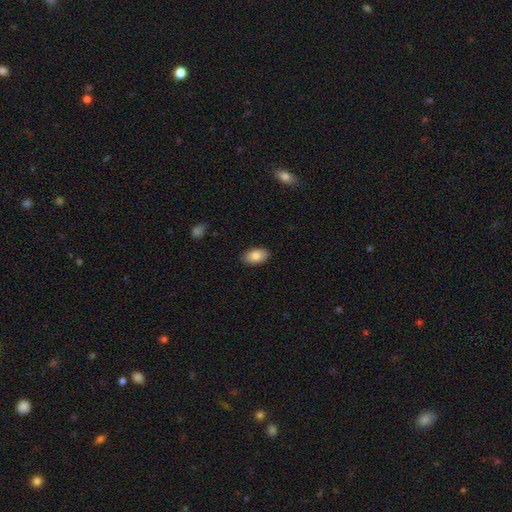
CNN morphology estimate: Smooth or featured?
  - smooth: 83% *
  - featured or disk: 11%
  - star or artifact: 7%
How rounded?
  - in between: 94% *
  - round: 5%
  - cigar-shaped: 2%
Merging?
  - none: 89% *
  - minor disturbance: 8%
  - major disturbance: 2%
  - merger: 1%